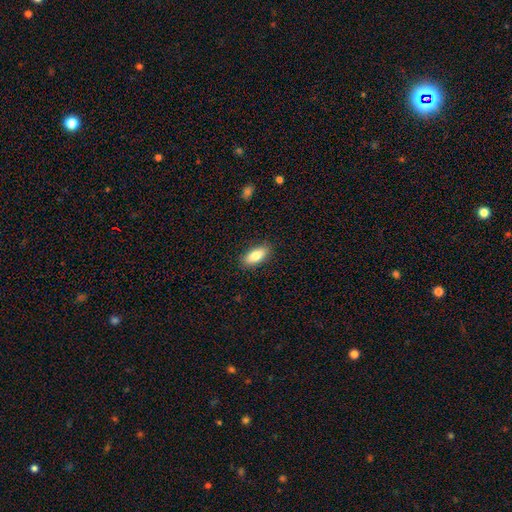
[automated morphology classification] Smooth or featured: smooth — 82% (featured or disk — 11%)
How rounded: in between — 84% (cigar-shaped — 14%)
Merging: none — 88% (minor disturbance — 9%)